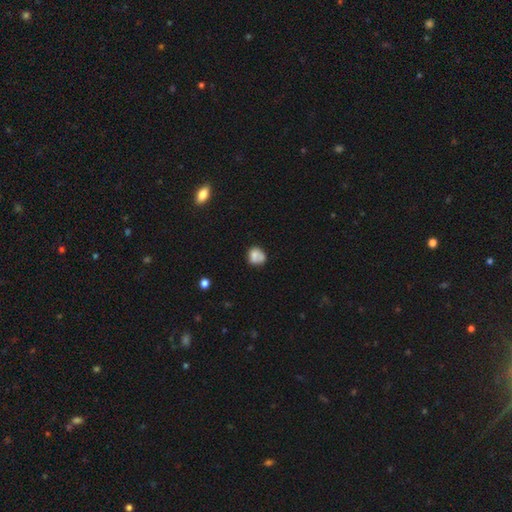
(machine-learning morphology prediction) smooth_or_featured: smooth (p=0.69) [alt: featured or disk p=0.21]
how_rounded: round (p=0.65) [alt: in between p=0.34]
merging: none (p=0.44) [alt: merger p=0.24]